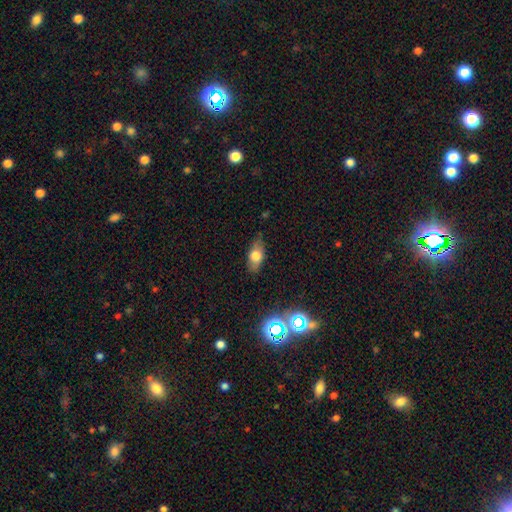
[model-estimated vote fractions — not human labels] This appears to be a smooth galaxy with no disk features (66%) that is in between round and cigar-shaped (83%). Merging: none (79%).